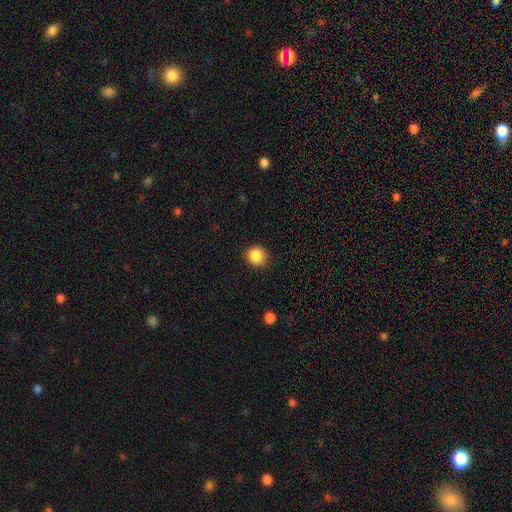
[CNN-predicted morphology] This appears to be a smooth galaxy with no disk features (87%) that is round (88%). Merging: none (89%).